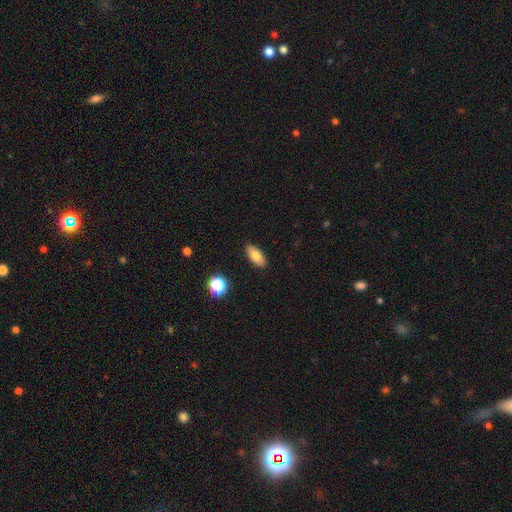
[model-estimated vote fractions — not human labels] This is likely a smooth galaxy (79%). How rounded: clearly in between (86%). Merging: clearly none (89%).